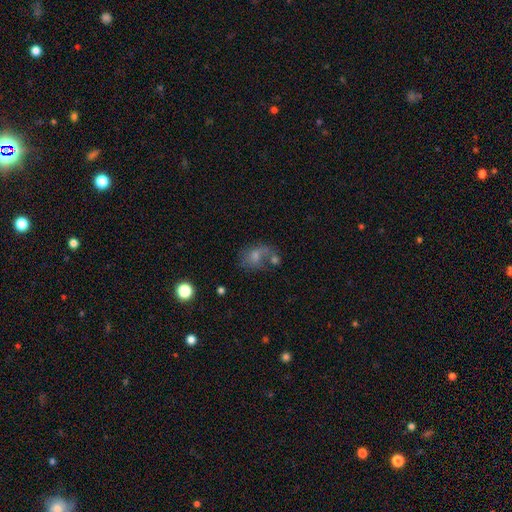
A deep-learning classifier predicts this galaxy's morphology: Smooth or featured: smooth — 56% (featured or disk — 31%)
How rounded: in between — 63% (round — 36%)
Merging: merger — 30% (tied with none — 30%)